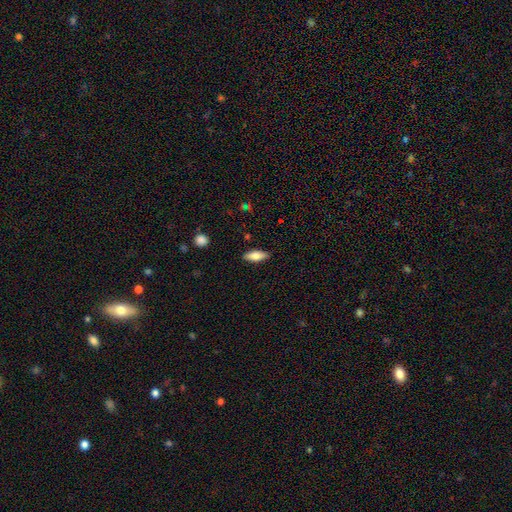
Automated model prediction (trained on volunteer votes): smooth_or_featured: smooth (p=0.74) [alt: featured or disk p=0.19]
how_rounded: in between (p=0.70) [alt: cigar-shaped p=0.28]
merging: none (p=0.88) [alt: minor disturbance p=0.09]